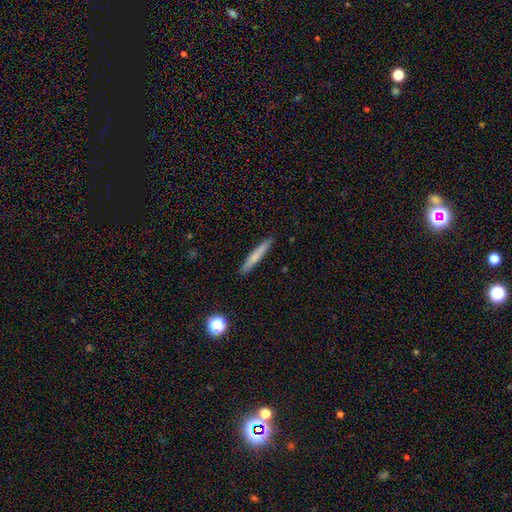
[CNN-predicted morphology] A smooth galaxy with no disk features (65%) that is cigar-shaped (95%).

Vote fractions:
- Smooth or featured? smooth: 65% / featured or disk: 28% / star or artifact: 7%
- How rounded? cigar-shaped: 95% / in between: 4% / round: 1%
- Merging? none: 91% / minor disturbance: 7% / major disturbance: 1% / merger: 1%